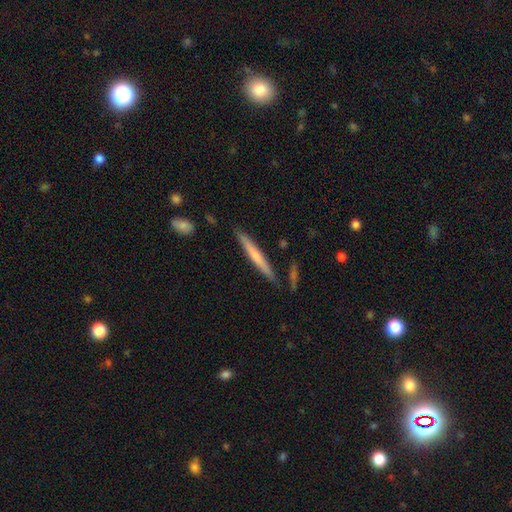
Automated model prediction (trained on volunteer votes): This is possibly a smooth galaxy (53%). How rounded: clearly cigar-shaped (96%). Merging: clearly none (86%).